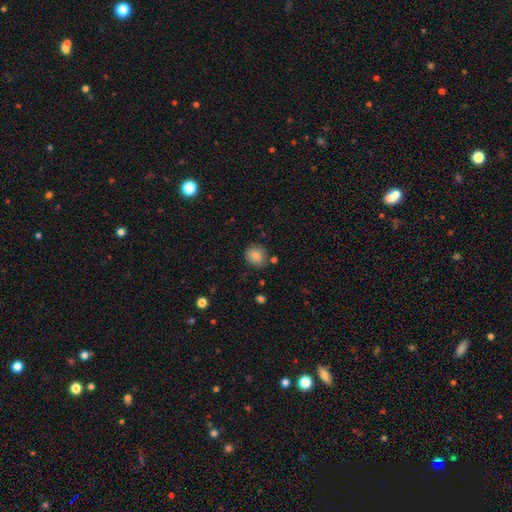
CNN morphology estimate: A smooth galaxy with no disk features (84%) that is round (77%).

Vote fractions:
- Smooth or featured? smooth: 84% / star or artifact: 9% / featured or disk: 7%
- How rounded? round: 77% / in between: 22% / cigar-shaped: 1%
- Merging? none: 82% / minor disturbance: 12% / merger: 4% / major disturbance: 3%